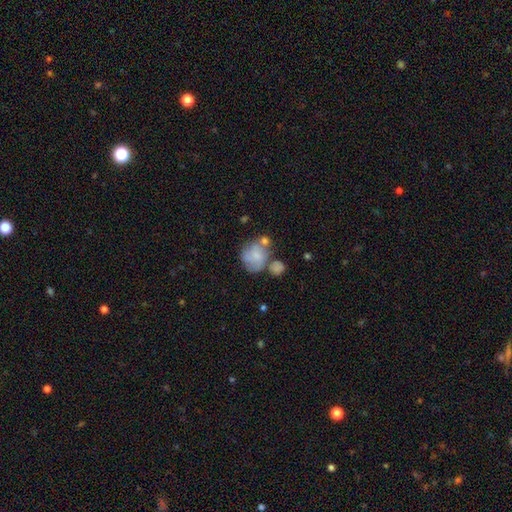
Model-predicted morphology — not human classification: Smooth or featured? Predicted: smooth (p=0.62). How rounded? Predicted: round (p=0.60). Merging? Predicted: none (p=0.36).